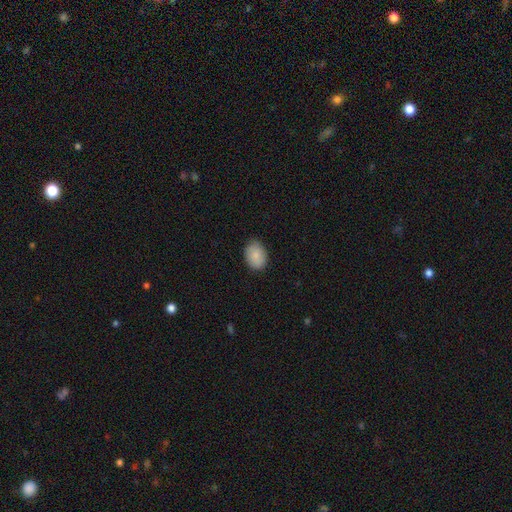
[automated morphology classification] Overall: smooth (86%). How rounded: in between (75%). Merging: none (82%).